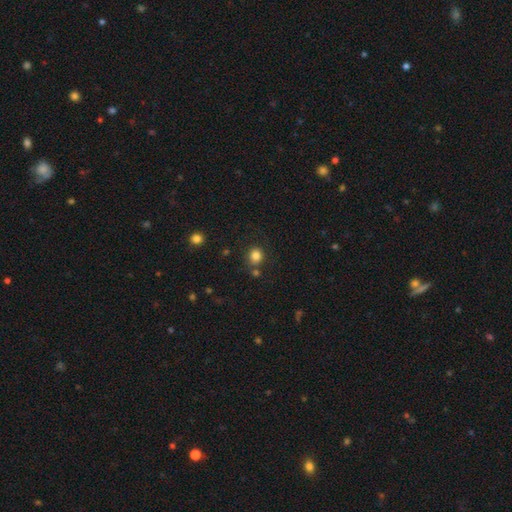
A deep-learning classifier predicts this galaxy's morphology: smooth-or-featured: smooth: 83% | star or artifact: 12% | featured or disk: 5%
  how-rounded: round: 80% | in between: 19% | cigar-shaped: 1%
  merging: none: 76% | minor disturbance: 11% | merger: 9% | major disturbance: 4%